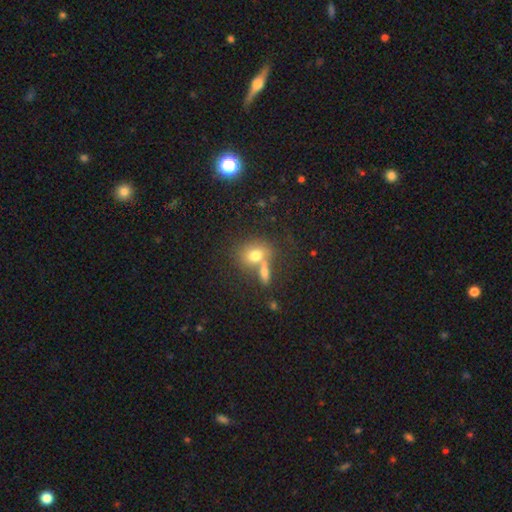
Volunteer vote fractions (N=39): Volunteers were most divided on "merging": merger: 39%, none: 34%, minor disturbance: 18%, major disturbance: 8%. More confident: smooth or featured — smooth (77%); how rounded — round (63%).